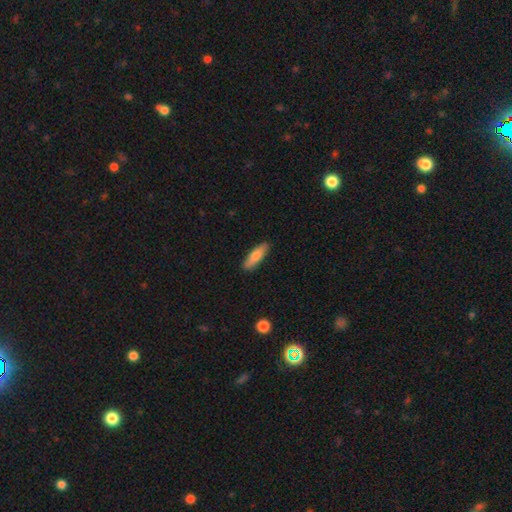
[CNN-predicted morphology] Smooth or featured? smooth (75%)
How rounded? cigar-shaped (59%)
Merging? none (88%)